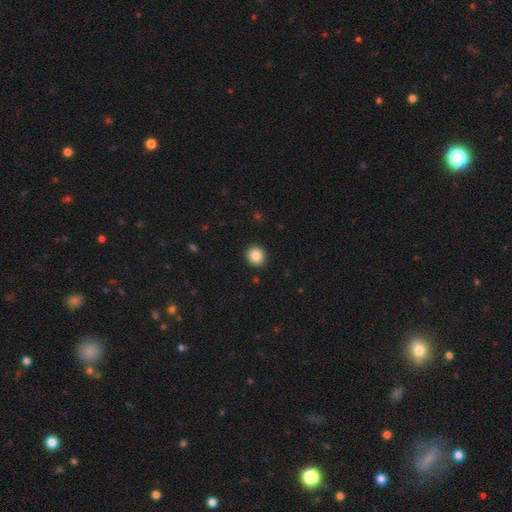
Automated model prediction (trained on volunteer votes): A smooth galaxy with no disk features (86%) that is round (88%).

Vote fractions:
- Smooth or featured? smooth: 86% / star or artifact: 9% / featured or disk: 4%
- How rounded? round: 88% / in between: 11% / cigar-shaped: 1%
- Merging? none: 92% / minor disturbance: 5% / major disturbance: 2% / merger: 1%